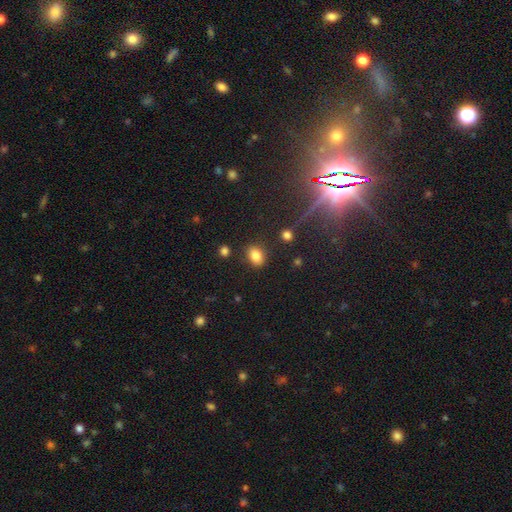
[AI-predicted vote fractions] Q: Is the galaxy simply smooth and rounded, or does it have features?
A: smooth — 82%.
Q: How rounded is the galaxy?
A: in between — 72%.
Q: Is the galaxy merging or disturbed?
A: none — 83%.